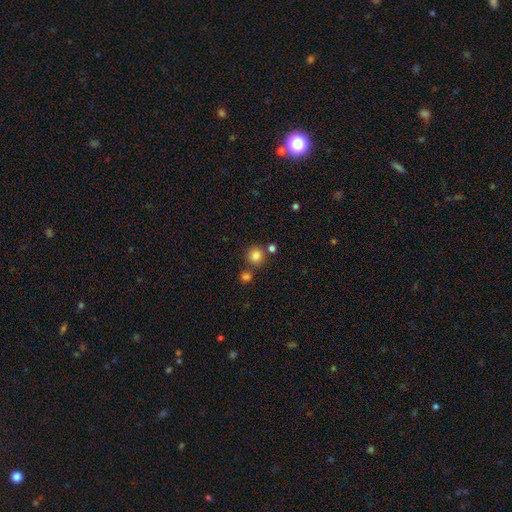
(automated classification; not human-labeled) Smooth or featured? smooth (82%)
How rounded? round (89%)
Merging? none (73%)